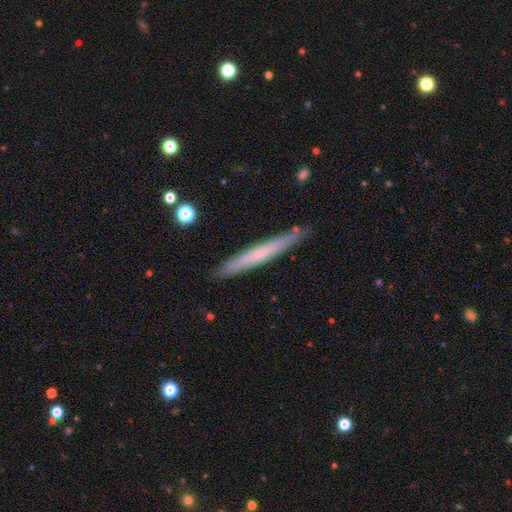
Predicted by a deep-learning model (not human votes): Morphology: type=featured or disk (51%); edge-on=yes (94%); merging=none (88%).